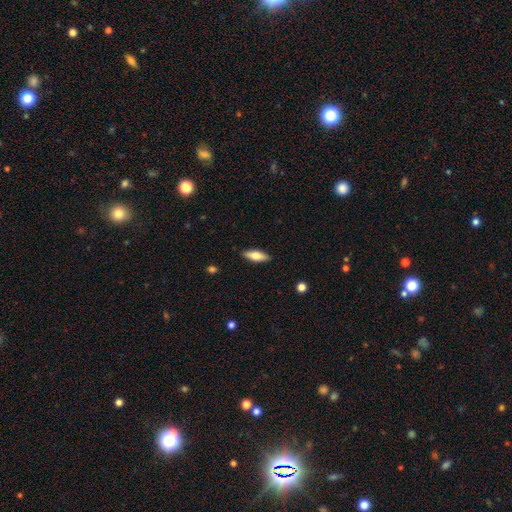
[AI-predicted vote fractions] smooth_or_featured: smooth (p=0.67) [alt: featured or disk p=0.27]
how_rounded: in between (p=0.60) [alt: cigar-shaped p=0.38]
merging: none (p=0.89) [alt: minor disturbance p=0.08]